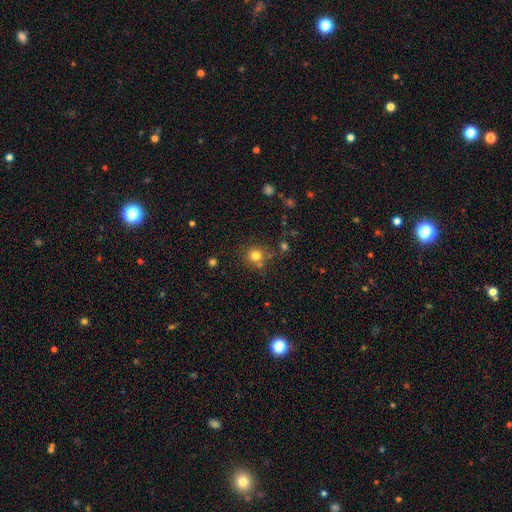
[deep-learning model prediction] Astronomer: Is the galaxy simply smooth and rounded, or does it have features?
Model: smooth — 78%.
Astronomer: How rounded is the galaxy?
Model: round — 90%.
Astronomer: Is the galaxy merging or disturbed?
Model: none — 73%.